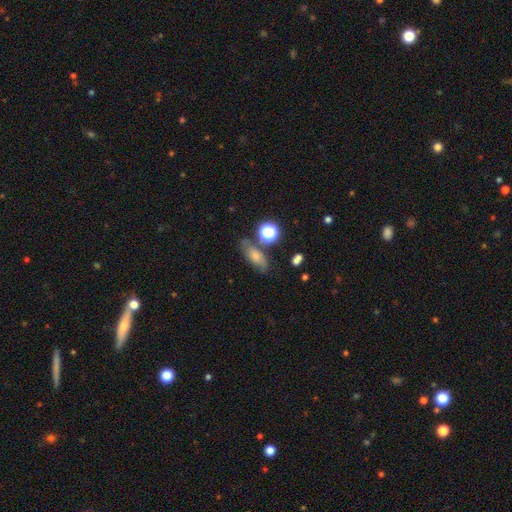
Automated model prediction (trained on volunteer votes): A smooth galaxy with no disk features (45%).

Vote fractions:
- Smooth or featured? smooth: 45% / featured or disk: 30% / star or artifact: 25%
- Merging? none: 69% / minor disturbance: 16% / merger: 9% / major disturbance: 6%